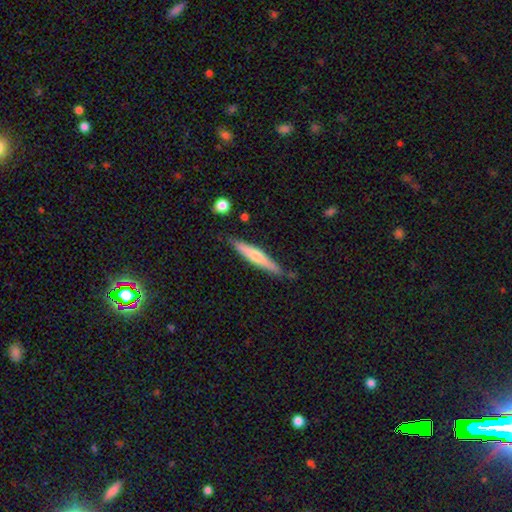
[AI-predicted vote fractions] featured or disk 49%, smooth 45%, star or artifact 6%. Down the decision tree: merging — none (84%).